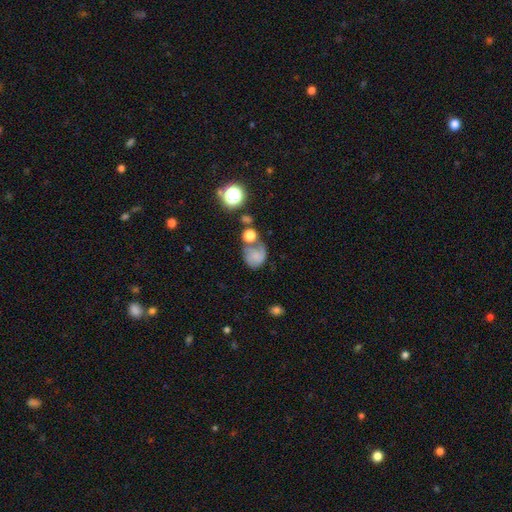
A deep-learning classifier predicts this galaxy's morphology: Smooth or featured: smooth — 45% (featured or disk — 43%)
Merging: none — 36% (minor disturbance — 23%)